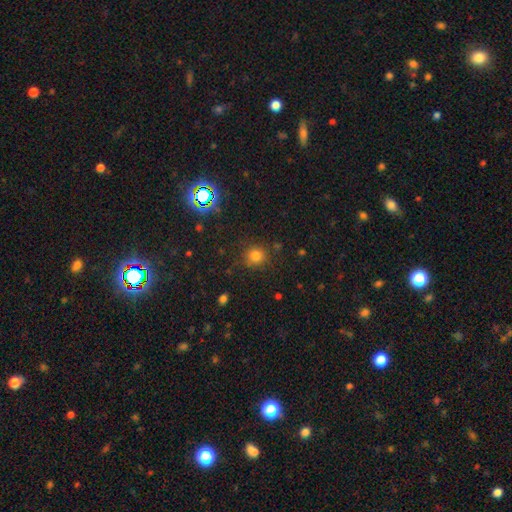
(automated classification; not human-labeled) Smooth or featured? smooth (75%)
How rounded? round (88%)
Merging? none (83%)